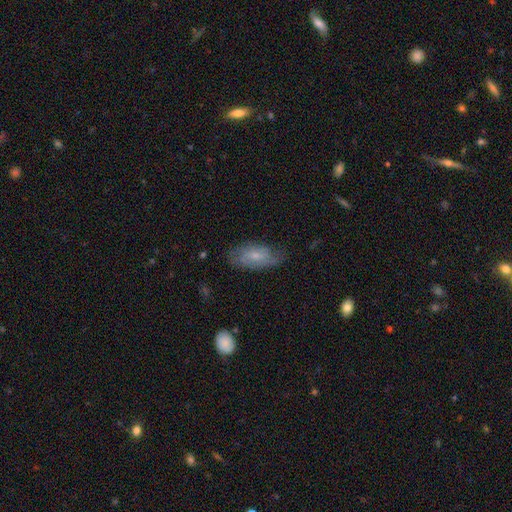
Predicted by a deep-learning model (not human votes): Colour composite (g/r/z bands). It shows a featured or disk galaxy (46%, tied with smooth). Merging: none (63%).